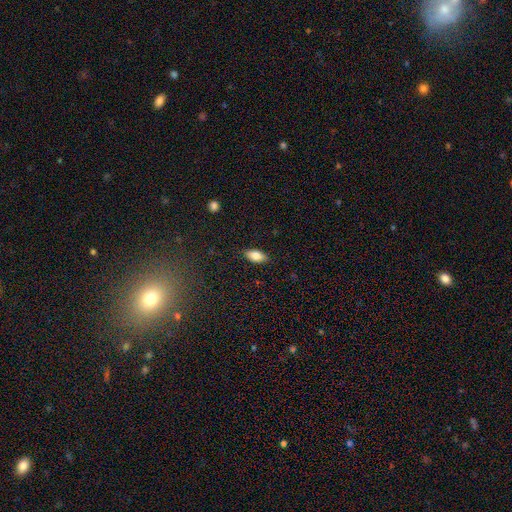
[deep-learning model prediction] Smooth or featured?
  - smooth: 80% *
  - featured or disk: 13%
  - star or artifact: 7%
How rounded?
  - in between: 88% *
  - cigar-shaped: 9%
  - round: 3%
Merging?
  - none: 87% *
  - minor disturbance: 10%
  - major disturbance: 2%
  - merger: 1%